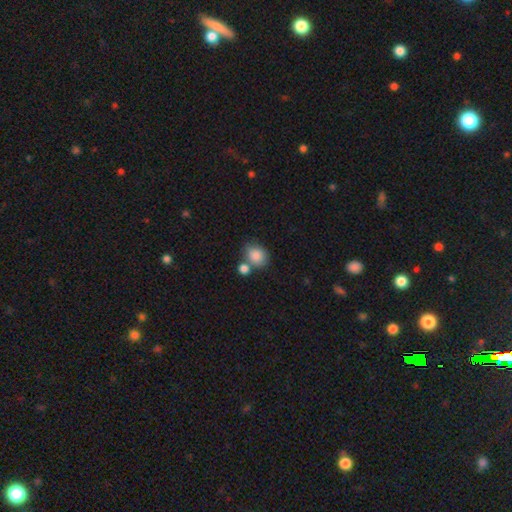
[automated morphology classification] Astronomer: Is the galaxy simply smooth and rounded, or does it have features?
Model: smooth — 86%.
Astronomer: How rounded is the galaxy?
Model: round — 52% (runner-up: in between, 47%).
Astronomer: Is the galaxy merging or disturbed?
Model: none — 52% (runner-up: merger, 30%).